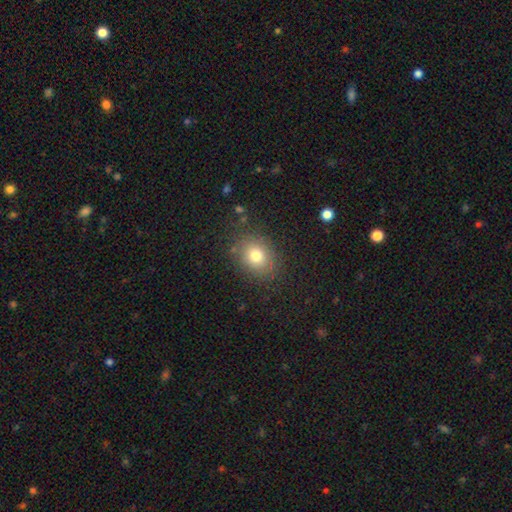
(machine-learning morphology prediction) Smooth or featured? Predicted: smooth (p=0.76). How rounded? Predicted: round (p=0.58). Merging? Predicted: none (p=0.84).